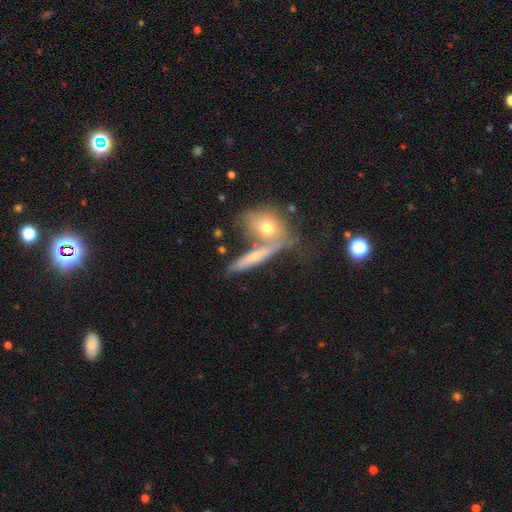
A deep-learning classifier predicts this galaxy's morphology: Overall: featured or disk (46%, tied with smooth). Merging: none (48%; merger 34%).